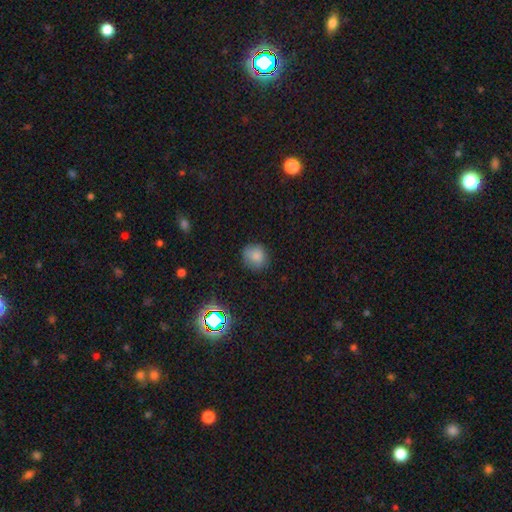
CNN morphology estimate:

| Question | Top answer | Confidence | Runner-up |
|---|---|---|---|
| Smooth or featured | smooth | 79% | star or artifact (13%) |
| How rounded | round | 77% | in between (22%) |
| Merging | none | 78% | minor disturbance (16%) |